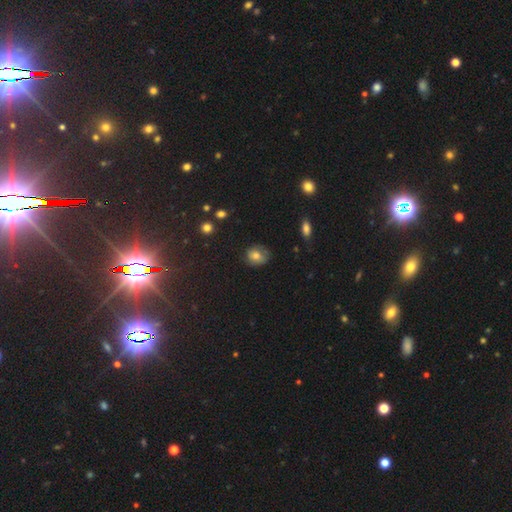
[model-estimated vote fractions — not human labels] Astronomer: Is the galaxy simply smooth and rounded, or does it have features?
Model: smooth — 73%.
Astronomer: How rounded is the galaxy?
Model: round — 64%.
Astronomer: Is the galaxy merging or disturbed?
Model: none — 68%.